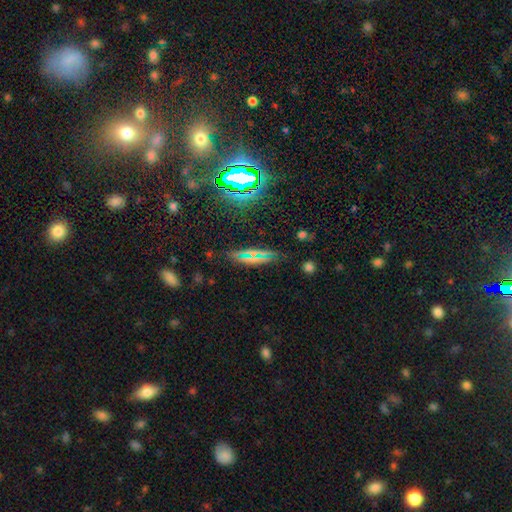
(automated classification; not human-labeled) This appears to be a smooth galaxy with no disk features (49%). Merging: none (79%).